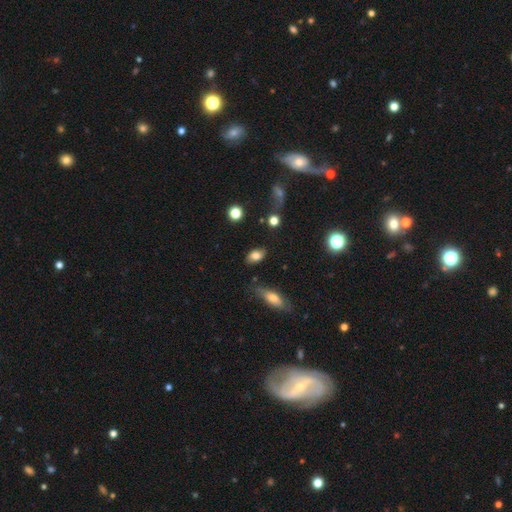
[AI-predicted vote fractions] smooth 78%, featured or disk 13%, star or artifact 9%. Down the decision tree: how rounded — in between (87%); merging — none (77%).